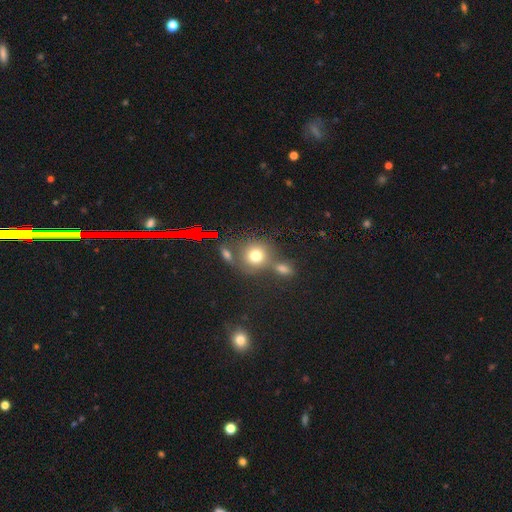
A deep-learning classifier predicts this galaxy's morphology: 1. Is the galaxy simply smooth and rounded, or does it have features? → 73% smooth, 16% star or artifact, 11% featured or disk.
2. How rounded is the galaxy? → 85% round, 14% in between, 1% cigar-shaped.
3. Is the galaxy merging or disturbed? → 57% none, 27% merger, 10% minor disturbance, 5% major disturbance.